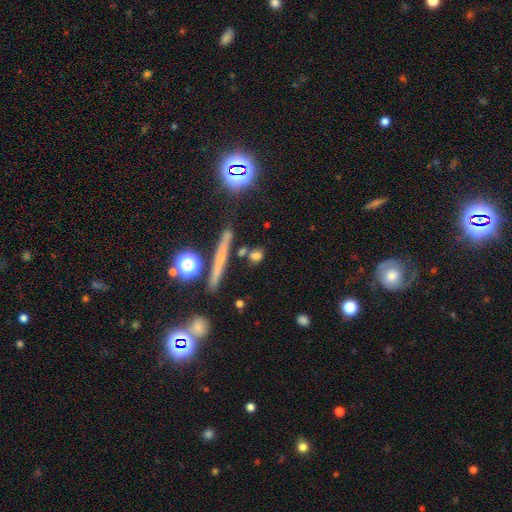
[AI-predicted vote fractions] Overall: smooth (70%). How rounded: round (51%; in between 24%). Merging: none (73%).